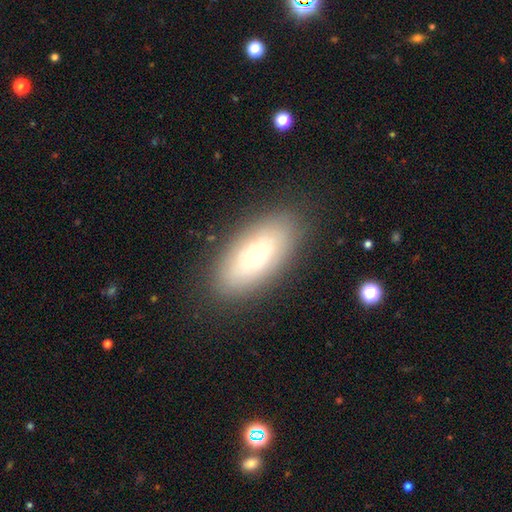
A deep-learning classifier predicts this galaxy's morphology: Smooth or featured? Predicted: smooth (p=0.66). How rounded? Predicted: in between (p=0.86). Merging? Predicted: none (p=0.83).